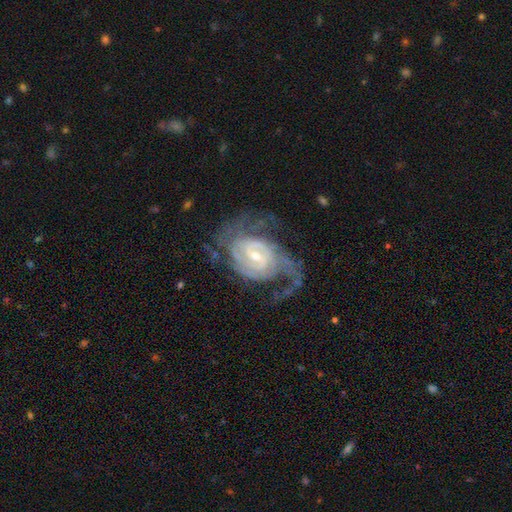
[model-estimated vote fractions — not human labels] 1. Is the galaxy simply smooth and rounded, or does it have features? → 90% featured or disk, 5% star or artifact, 5% smooth.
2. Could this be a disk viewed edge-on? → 97% no, 3% yes.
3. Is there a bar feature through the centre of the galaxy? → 51% weak, 32% no, 17% strong.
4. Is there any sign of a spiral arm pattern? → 97% yes, 3% no.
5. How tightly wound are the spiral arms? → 52% tight, 37% medium, 11% loose.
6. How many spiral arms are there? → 44% 2, 20% can't tell, 17% 3, 8% 4, 6% 1, 5% more than 4.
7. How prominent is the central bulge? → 58% small, 37% moderate, 2% large, 1% none, 1% dominant.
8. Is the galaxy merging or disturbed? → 58% none, 22% major disturbance, 18% minor disturbance, 2% merger.